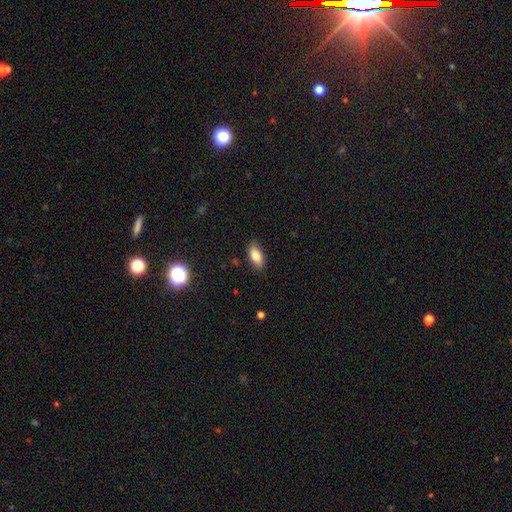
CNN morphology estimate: smooth_or_featured: smooth (p=0.80) [alt: featured or disk p=0.12]
how_rounded: in between (p=0.87) [alt: cigar-shaped p=0.09]
merging: none (p=0.84) [alt: minor disturbance p=0.12]